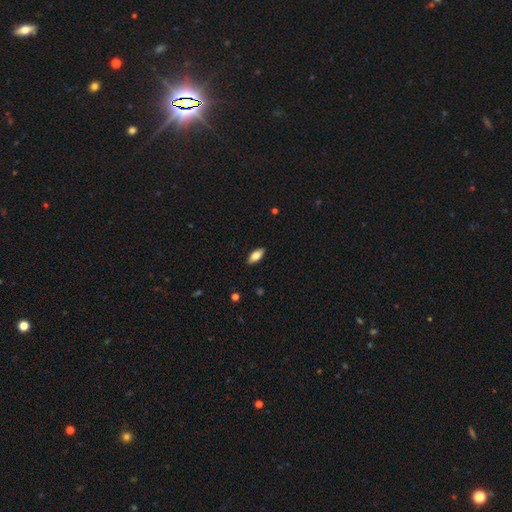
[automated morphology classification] smooth 78%, featured or disk 15%, star or artifact 7%. Down the decision tree: how rounded — in between (87%); merging — none (88%).